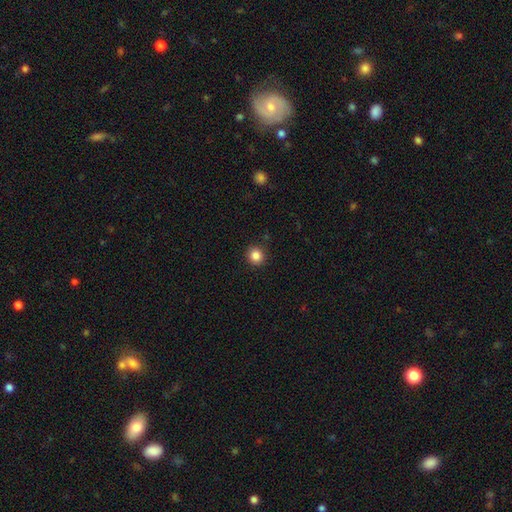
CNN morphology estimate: The model was most divided on "smooth or featured": smooth: 85%, star or artifact: 11%, featured or disk: 4%. More confident: how rounded — round (92%); merging — none (92%).